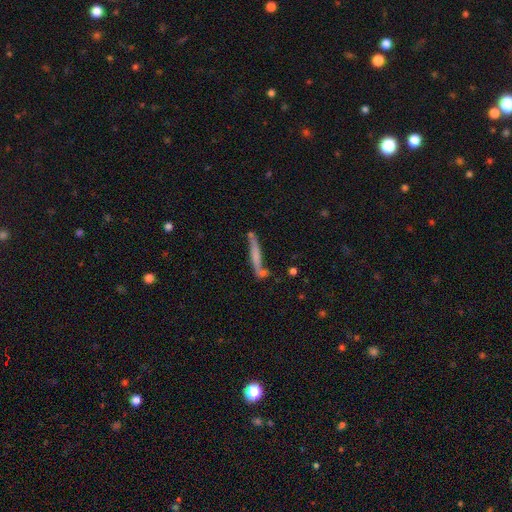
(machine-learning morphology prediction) Smooth or featured?
  - smooth: 54% *
  - featured or disk: 38%
  - star or artifact: 8%
How rounded?
  - cigar-shaped: 92% *
  - in between: 6%
  - round: 2%
Merging?
  - none: 57% *
  - minor disturbance: 18%
  - merger: 17%
  - major disturbance: 7%